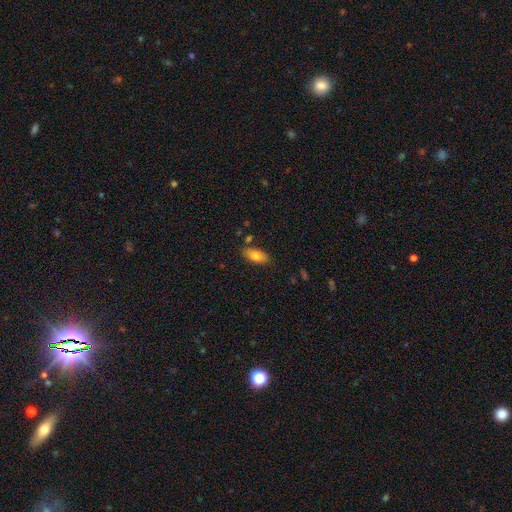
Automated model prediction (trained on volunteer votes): smooth-or-featured: smooth: 78% | featured or disk: 14% | star or artifact: 7%
  how-rounded: in between: 86% | cigar-shaped: 11% | round: 3%
  merging: none: 81% | minor disturbance: 13% | merger: 4% | major disturbance: 3%